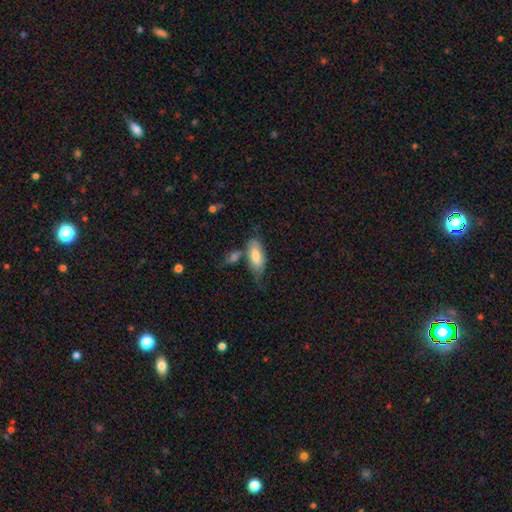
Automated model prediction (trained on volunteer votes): This is likely a smooth galaxy (73%). How rounded: clearly in between (83%). Merging: possibly none (45%).